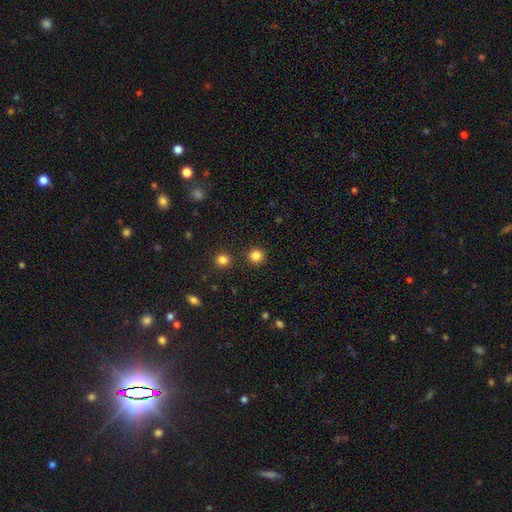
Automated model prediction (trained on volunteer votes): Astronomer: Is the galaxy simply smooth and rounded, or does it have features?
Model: smooth — 83%.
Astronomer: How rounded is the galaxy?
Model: round — 94%.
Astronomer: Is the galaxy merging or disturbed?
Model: none — 91%.